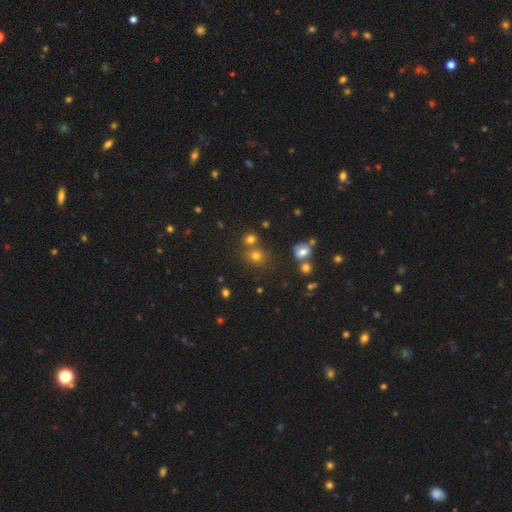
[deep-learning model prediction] smooth 65%, star or artifact 26%, featured or disk 9%. Down the decision tree: how rounded — round (82%); merging — none (67%).